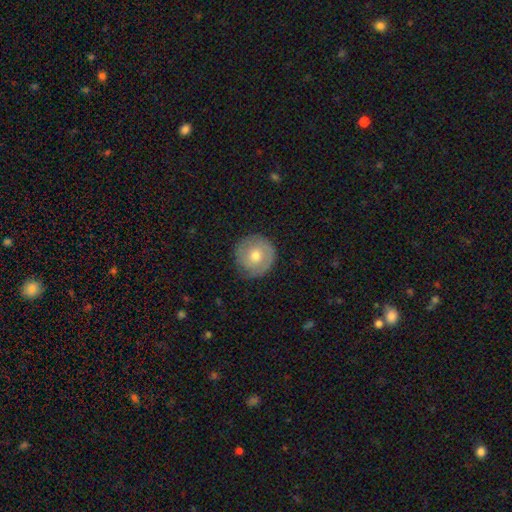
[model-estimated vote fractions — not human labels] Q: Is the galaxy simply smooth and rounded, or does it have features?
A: smooth — 60%.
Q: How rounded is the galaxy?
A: round — 95%.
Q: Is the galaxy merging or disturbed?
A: none — 84%.